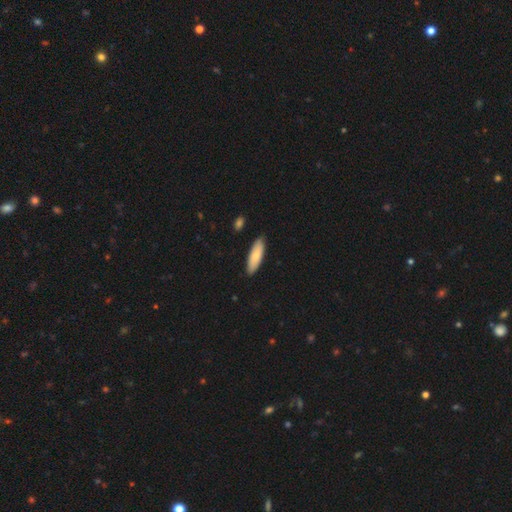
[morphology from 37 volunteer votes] A smooth galaxy with no disk features (78%) that is cigar-shaped (62%). Merging: none (86%).